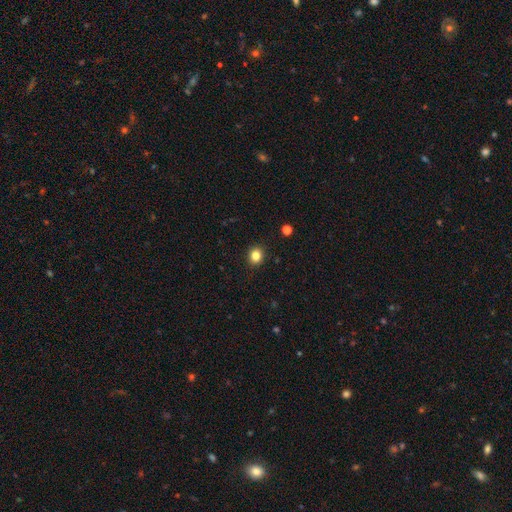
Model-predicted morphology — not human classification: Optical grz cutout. It shows a smooth galaxy with no disk features (83%) that is round (76%). Merging: none (91%).